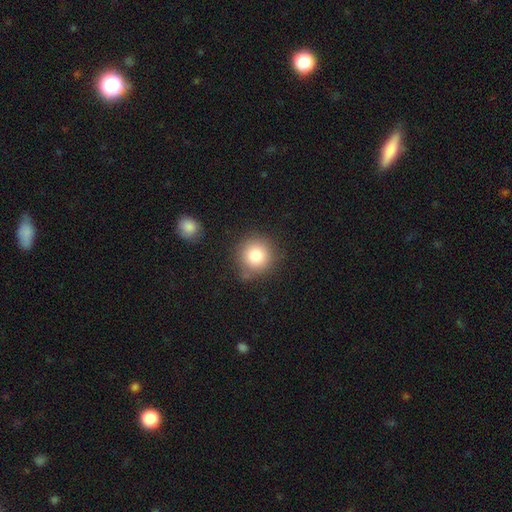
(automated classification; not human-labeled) A smooth galaxy with no disk features (81%) that is round (93%).

Vote fractions:
- Smooth or featured? smooth: 81% / star or artifact: 11% / featured or disk: 8%
- How rounded? round: 93% / in between: 6% / cigar-shaped: 1%
- Merging? none: 78% / minor disturbance: 13% / merger: 4% / major disturbance: 4%